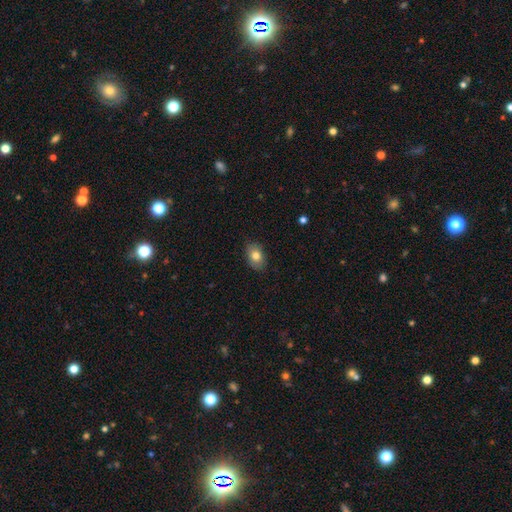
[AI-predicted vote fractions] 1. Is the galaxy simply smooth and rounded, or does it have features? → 79% smooth, 13% featured or disk, 8% star or artifact.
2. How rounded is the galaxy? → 83% in between, 16% round, 1% cigar-shaped.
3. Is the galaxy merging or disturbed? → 85% none, 12% minor disturbance, 2% major disturbance, 1% merger.